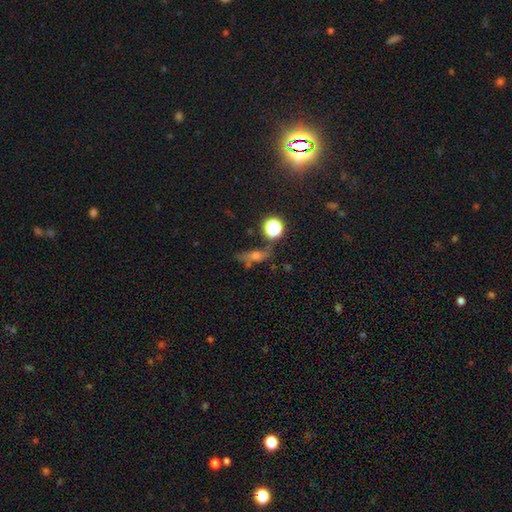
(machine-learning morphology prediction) Smooth or featured: smooth — 41% (featured or disk — 31%)
Merging: none — 55% (minor disturbance — 20%)